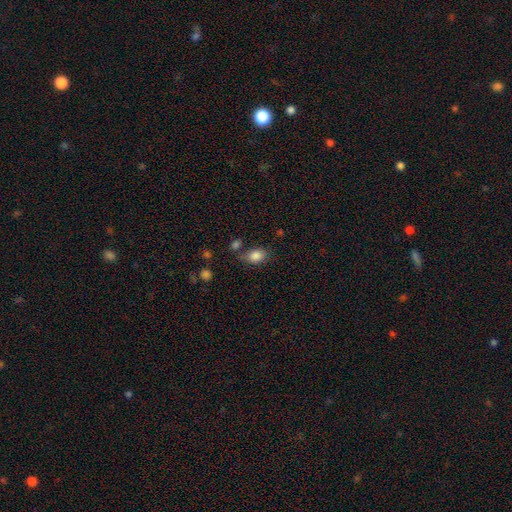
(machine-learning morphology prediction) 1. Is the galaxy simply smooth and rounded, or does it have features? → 85% smooth, 9% star or artifact, 6% featured or disk.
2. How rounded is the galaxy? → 75% in between, 24% round, 1% cigar-shaped.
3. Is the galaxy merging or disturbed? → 67% none, 17% minor disturbance, 10% merger, 6% major disturbance.